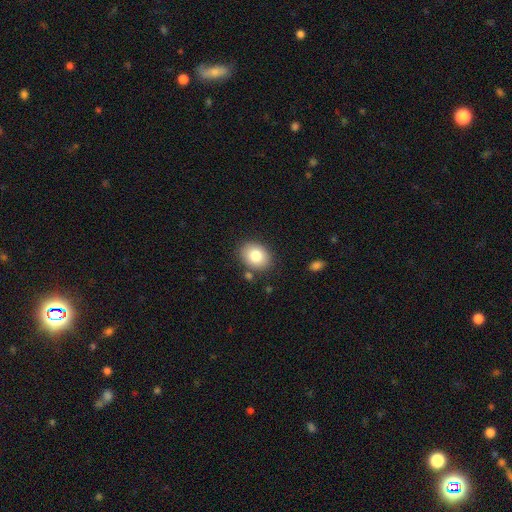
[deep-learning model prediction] This appears to be a smooth galaxy with no disk features (81%) that is in between round and cigar-shaped (64%). Merging: none (83%).